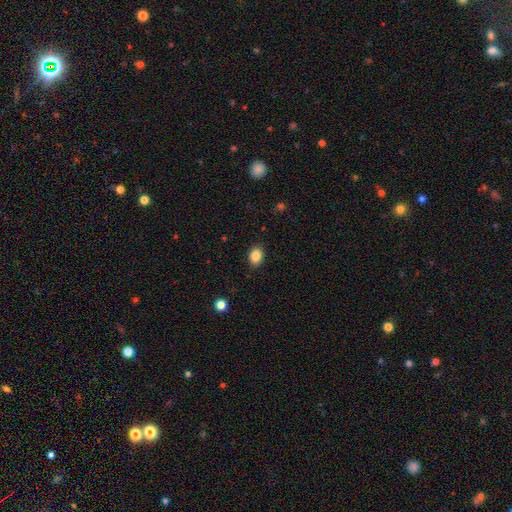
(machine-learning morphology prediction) Smooth or featured? Predicted: smooth (p=0.86). How rounded? Predicted: in between (p=0.70). Merging? Predicted: none (p=0.89).